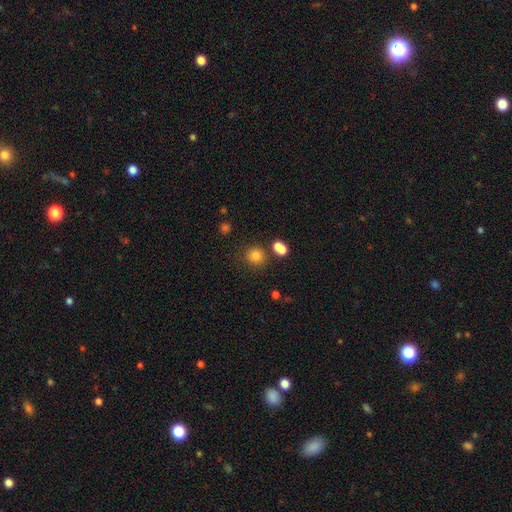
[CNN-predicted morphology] Smooth or featured?
  - smooth: 82% *
  - star or artifact: 13%
  - featured or disk: 5%
How rounded?
  - round: 87% *
  - in between: 12%
  - cigar-shaped: 1%
Merging?
  - none: 75% *
  - merger: 12%
  - minor disturbance: 9%
  - major disturbance: 4%